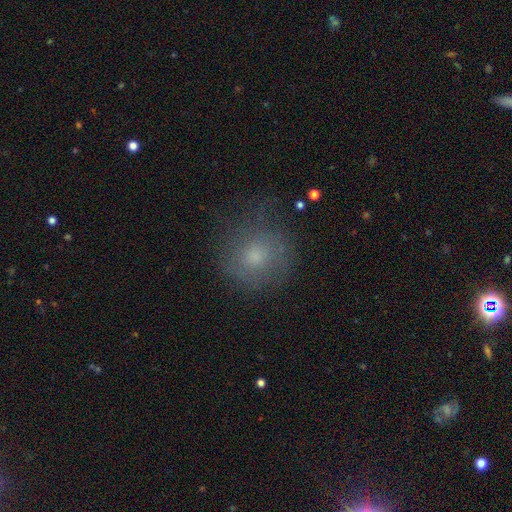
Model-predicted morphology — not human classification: Q: Smooth or featured?
A: smooth (64%); runner-up: featured or disk (22%)
Q: How rounded?
A: round (87%); runner-up: in between (12%)
Q: Merging?
A: none (66%); runner-up: minor disturbance (20%)